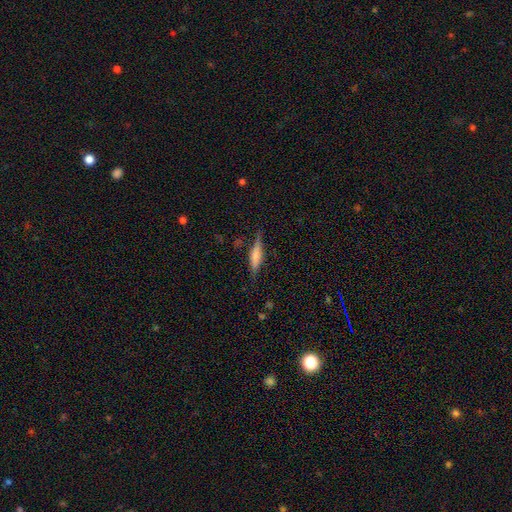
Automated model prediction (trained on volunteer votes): smooth_or_featured: featured or disk (p=0.49) [alt: smooth p=0.43]
merging: none (p=0.80) [alt: minor disturbance p=0.15]